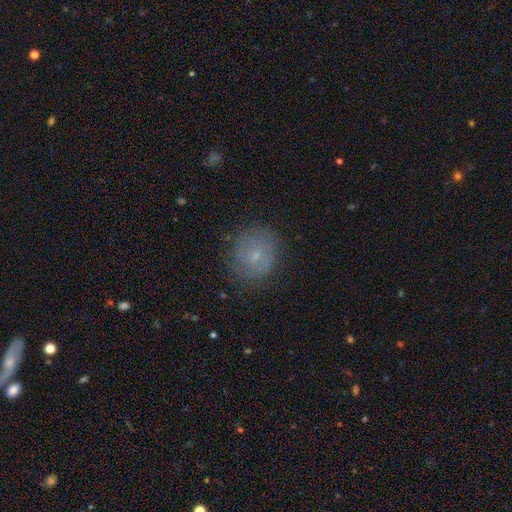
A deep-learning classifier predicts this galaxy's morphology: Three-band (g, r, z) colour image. It shows a smooth galaxy with no disk features (60%) that is round (80%). Merging: none (77%).